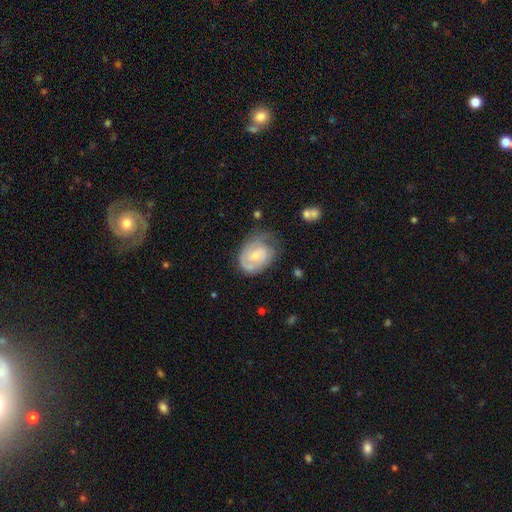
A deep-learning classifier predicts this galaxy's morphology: Smooth or featured: featured or disk — 75% (smooth — 20%)
Edge-on disk: no — 98% (yes — 2%)
Bar: no — 55% (weak — 39%)
Spiral arms: yes — 91% (no — 9%)
Spiral winding: tight — 59% (medium — 32%)
Spiral arm count: 2 — 49% (can't tell — 23%)
Bulge size: small — 55% (moderate — 39%)
Merging: none — 56% (minor disturbance — 29%)